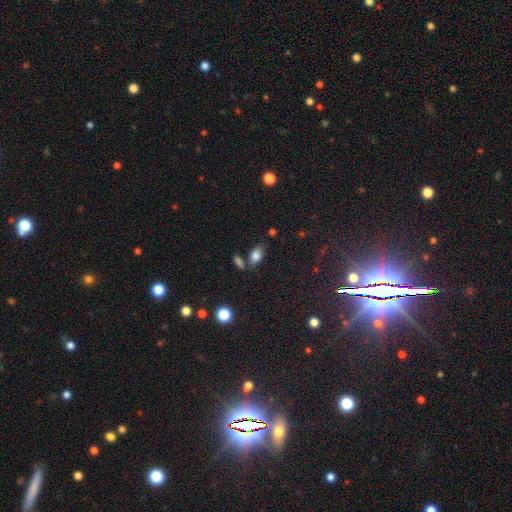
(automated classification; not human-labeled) Morphology: type=smooth (80%); roundness=in between (89%); merging=none (64%).